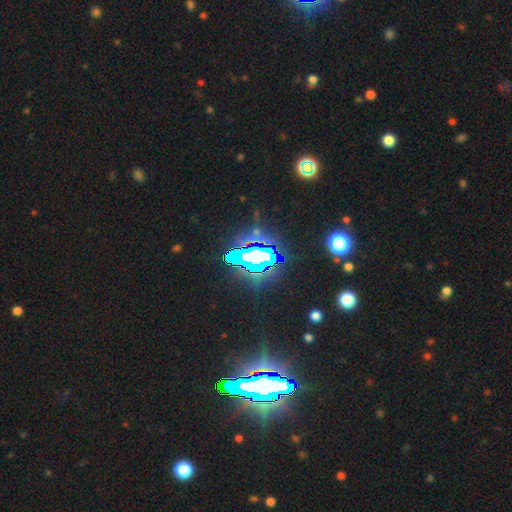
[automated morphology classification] A star or artifact, not a galaxy (74%).